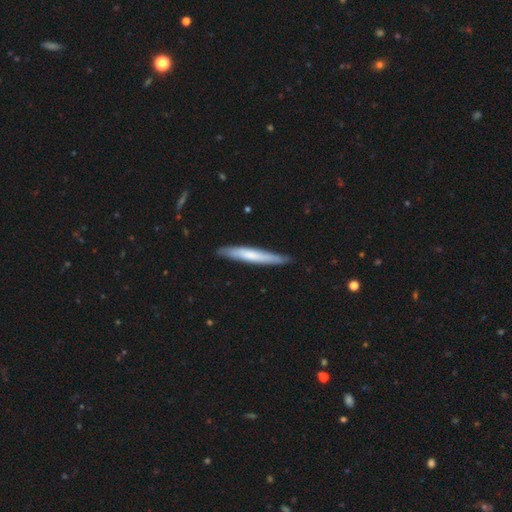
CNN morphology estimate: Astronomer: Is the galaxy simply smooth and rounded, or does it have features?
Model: smooth — 53% (runner-up: featured or disk, 41%).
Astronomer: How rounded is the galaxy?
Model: cigar-shaped — 95%.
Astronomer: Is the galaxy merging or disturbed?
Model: none — 86%.